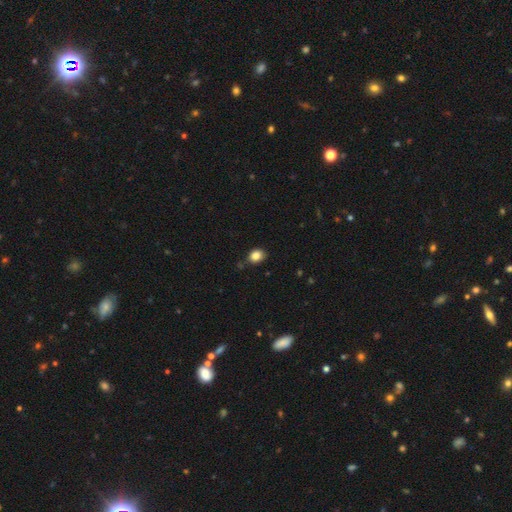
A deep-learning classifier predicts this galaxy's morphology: This appears to be a smooth galaxy with no disk features (85%) that is in between round and cigar-shaped (57%). Merging: none (79%).